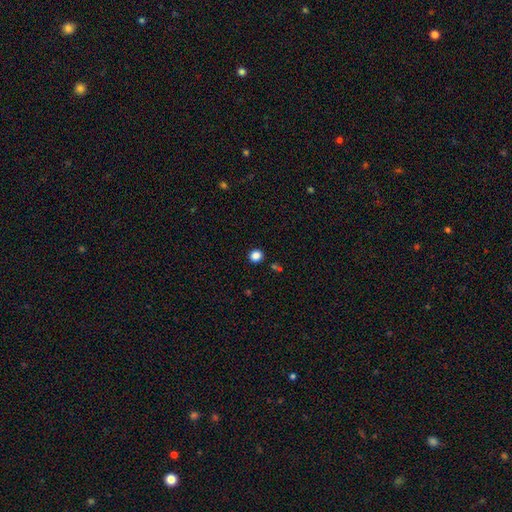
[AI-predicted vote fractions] Smooth or featured?
  - smooth: 85% *
  - star or artifact: 12%
  - featured or disk: 3%
How rounded?
  - round: 84% *
  - in between: 15%
  - cigar-shaped: 1%
Merging?
  - none: 89% *
  - minor disturbance: 6%
  - merger: 3%
  - major disturbance: 2%